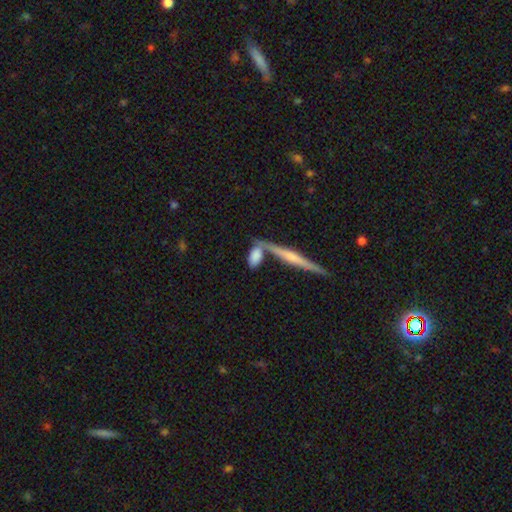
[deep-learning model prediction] The model was most divided on "merging": none: 49%, merger: 29%, minor disturbance: 16%, major disturbance: 6%. More confident: smooth or featured — smooth (74%); how rounded — in between (74%).